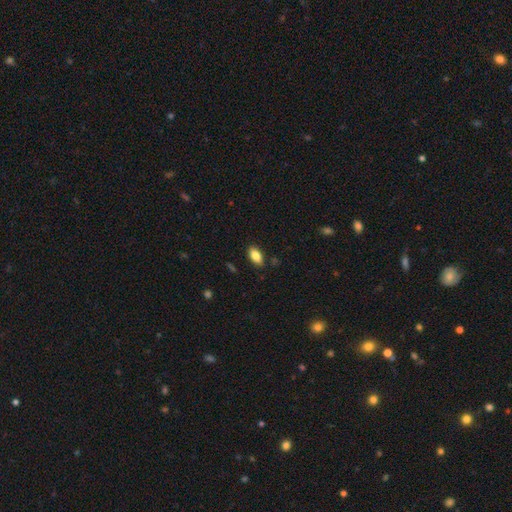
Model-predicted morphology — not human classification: The model was most divided on "merging": none: 86%, minor disturbance: 10%, major disturbance: 2%, merger: 1%. More confident: how rounded — in between (92%); smooth or featured — smooth (85%).